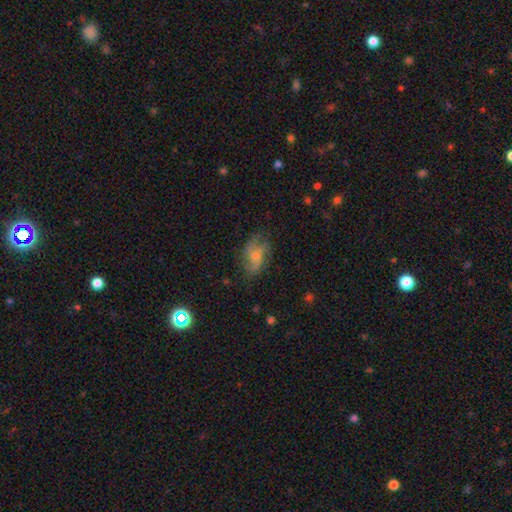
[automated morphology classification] This appears to be a featured or disk galaxy (56%) with no bar (72%), spiral arms (82%) and a small central bulge (60%). Merging: none (60%).